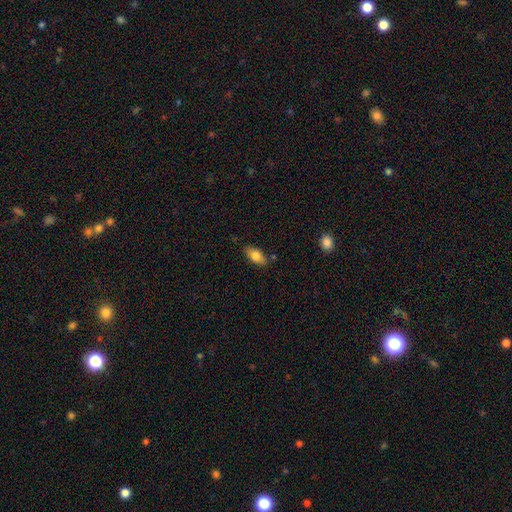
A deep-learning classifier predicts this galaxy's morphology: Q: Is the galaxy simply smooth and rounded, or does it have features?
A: smooth — 78%.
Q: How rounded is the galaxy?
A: in between — 88%.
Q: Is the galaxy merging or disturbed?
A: none — 79%.